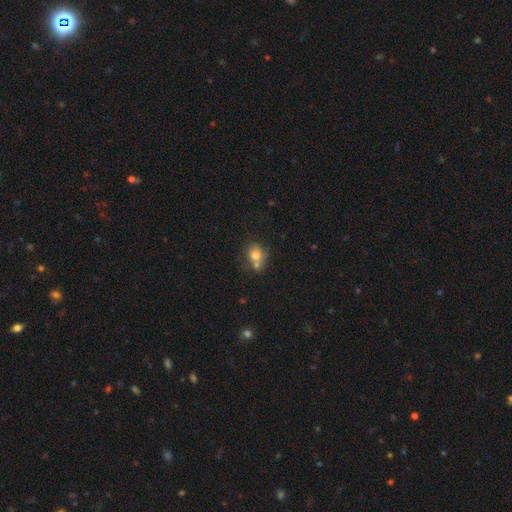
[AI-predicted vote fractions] smooth_or_featured: smooth (p=0.74) [alt: featured or disk p=0.15]
how_rounded: round (p=0.66) [alt: in between p=0.33]
merging: none (p=0.44) [alt: merger p=0.38]